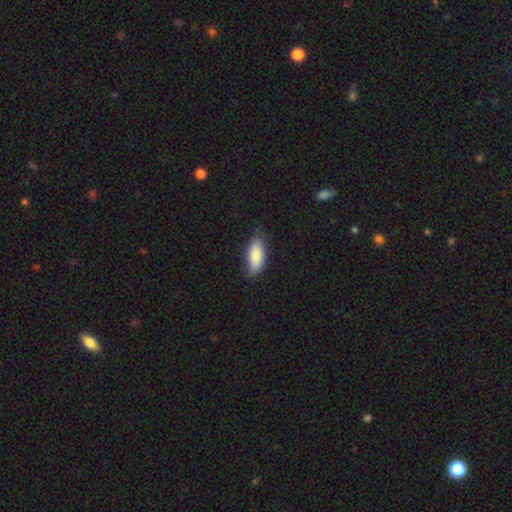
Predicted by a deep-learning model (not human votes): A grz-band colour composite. It shows a smooth galaxy with no disk features (85%) that is in between round and cigar-shaped (86%). Merging: none (72%).